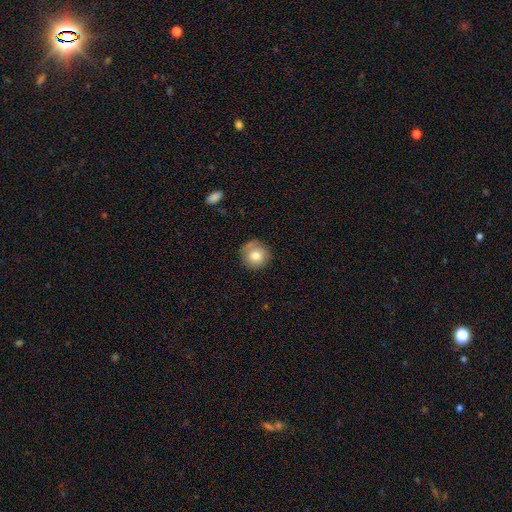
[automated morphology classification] This appears to be a smooth galaxy with no disk features (78%) that is round (93%). Merging: none (81%).